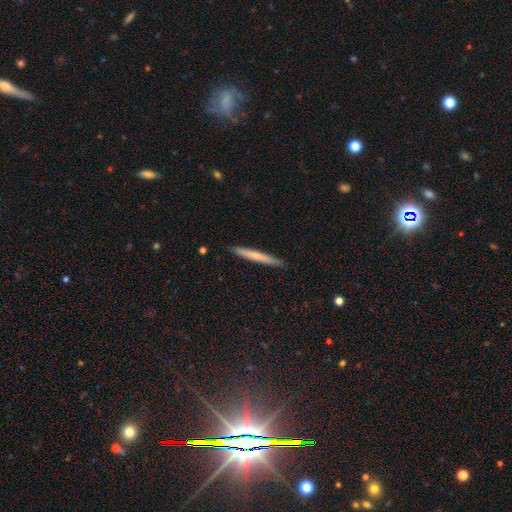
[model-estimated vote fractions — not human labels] Morphology: type=smooth (60%); roundness=cigar-shaped (97%); merging=none (91%).